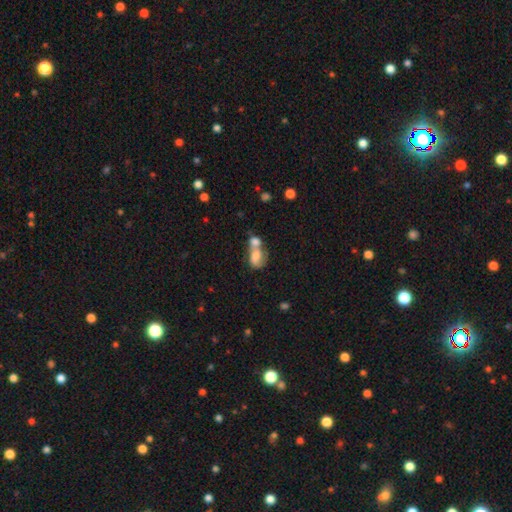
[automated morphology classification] Smooth or featured: smooth — 65% (featured or disk — 25%)
How rounded: in between — 77% (round — 20%)
Merging: merger — 70% (none — 14%)